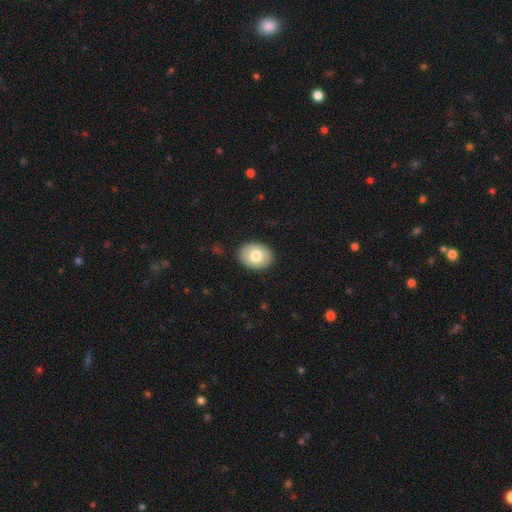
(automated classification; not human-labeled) Smooth or featured? smooth (75%)
How rounded? in between (64%)
Merging? none (89%)